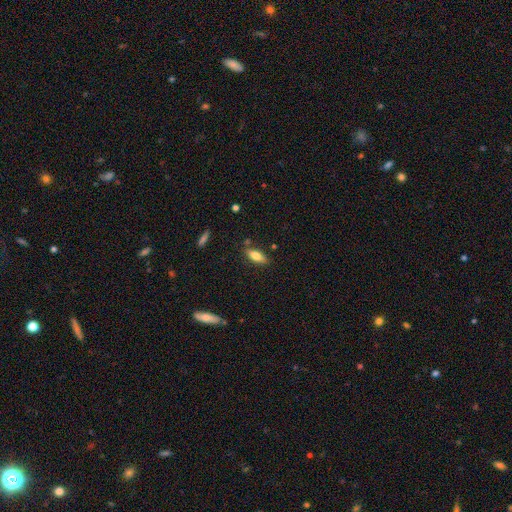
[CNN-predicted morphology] smooth_or_featured: smooth (p=0.76) [alt: featured or disk p=0.16]
how_rounded: in between (p=0.77) [alt: cigar-shaped p=0.21]
merging: none (p=0.78) [alt: minor disturbance p=0.15]